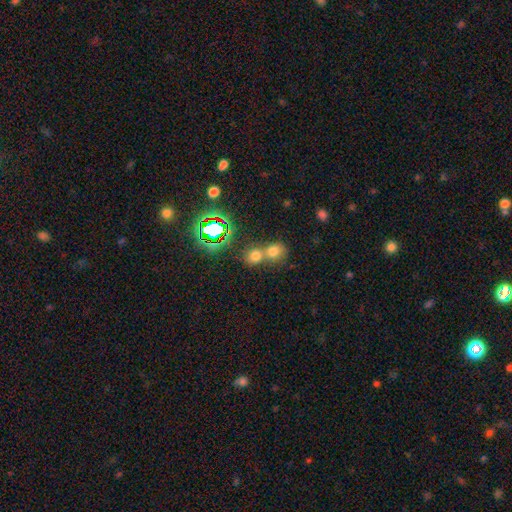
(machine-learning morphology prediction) Q: Smooth or featured?
A: smooth (68%); runner-up: star or artifact (22%)
Q: How rounded?
A: round (72%); runner-up: in between (27%)
Q: Merging?
A: merger (54%); runner-up: none (37%)